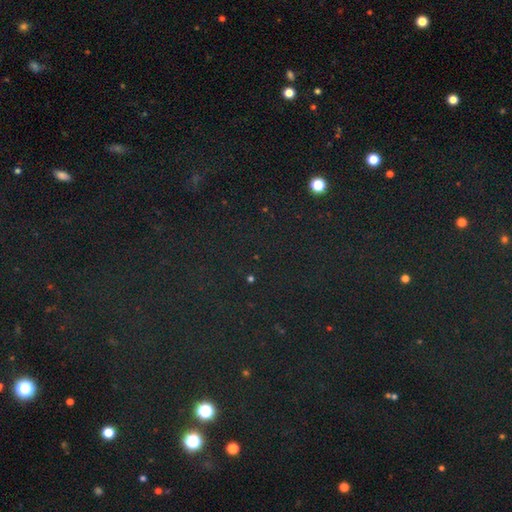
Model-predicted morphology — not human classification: Smooth or featured: star or artifact — 81% (smooth — 12%)